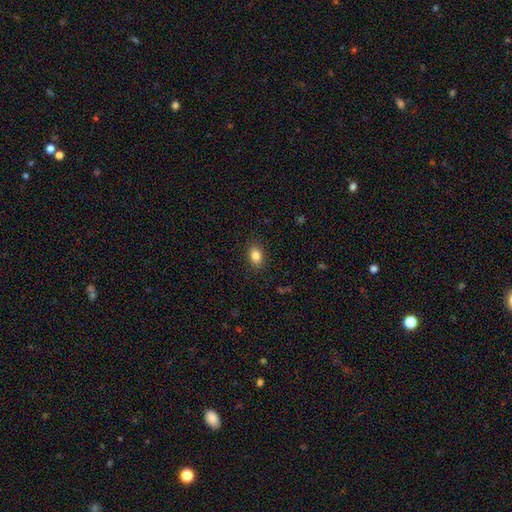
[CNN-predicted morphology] Smooth or featured? Predicted: smooth (p=0.84). How rounded? Predicted: in between (p=0.75). Merging? Predicted: none (p=0.87).